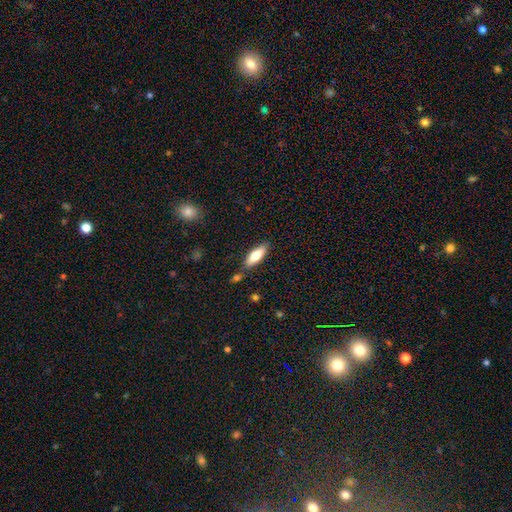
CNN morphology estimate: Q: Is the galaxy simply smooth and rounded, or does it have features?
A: smooth — 70%.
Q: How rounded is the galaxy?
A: in between — 59%.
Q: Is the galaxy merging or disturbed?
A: none — 81%.